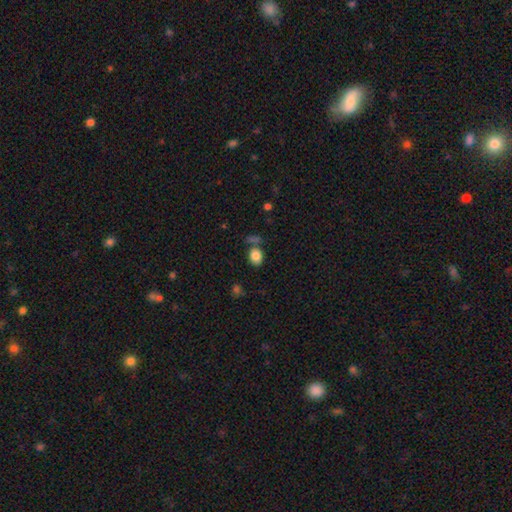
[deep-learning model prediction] A smooth galaxy with no disk features (85%) that is in between round and cigar-shaped (56%).

Vote fractions:
- Smooth or featured? smooth: 85% / star or artifact: 10% / featured or disk: 5%
- How rounded? in between: 56% / round: 43% / cigar-shaped: 1%
- Merging? none: 64% / merger: 16% / minor disturbance: 14% / major disturbance: 5%